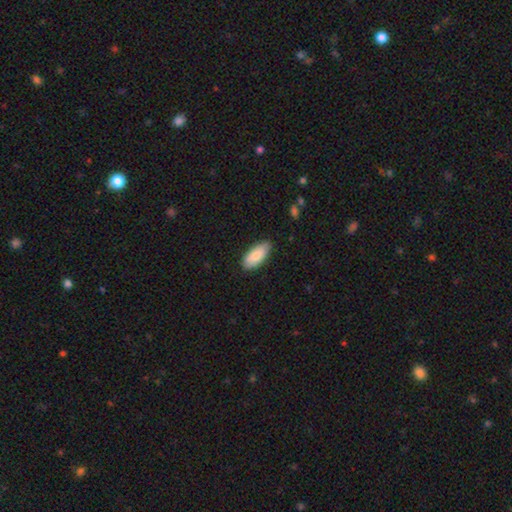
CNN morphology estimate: type=smooth (83%); roundness=in between (87%); merging=none (82%).